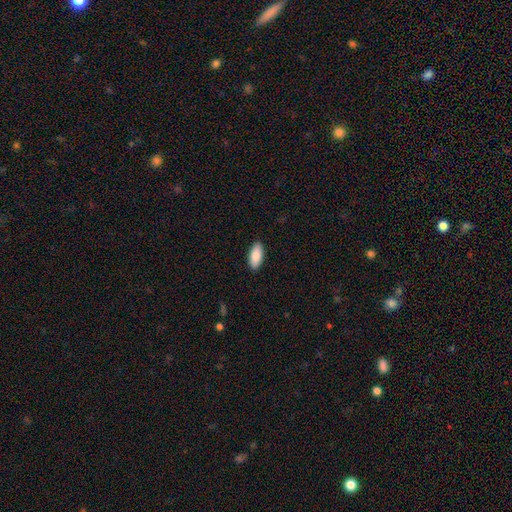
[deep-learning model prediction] Smooth or featured?
  - smooth: 87% *
  - featured or disk: 7%
  - star or artifact: 6%
How rounded?
  - in between: 87% *
  - cigar-shaped: 11%
  - round: 2%
Merging?
  - none: 90% *
  - minor disturbance: 7%
  - major disturbance: 2%
  - merger: 1%